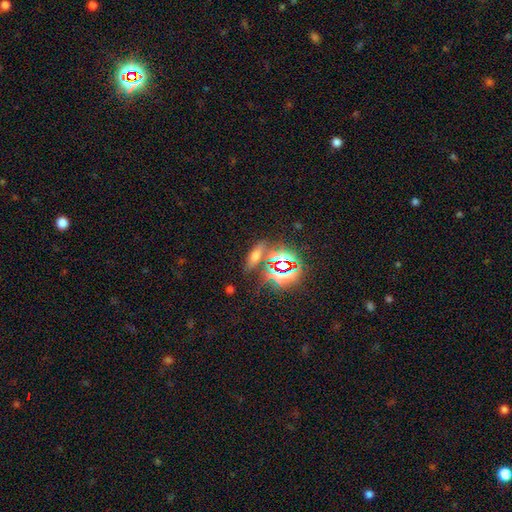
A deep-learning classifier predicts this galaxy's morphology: A smooth galaxy with no disk features (47%).

Vote fractions:
- Smooth or featured? smooth: 47% / star or artifact: 39% / featured or disk: 14%
- Merging? none: 74% / minor disturbance: 11% / merger: 9% / major disturbance: 5%